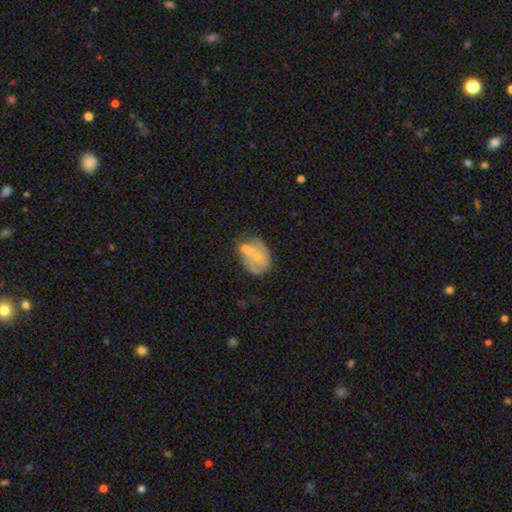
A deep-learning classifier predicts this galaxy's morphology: Q: Smooth or featured?
A: smooth (47%); runner-up: featured or disk (44%)
Q: Merging?
A: none (32%); runner-up: merger (29%)